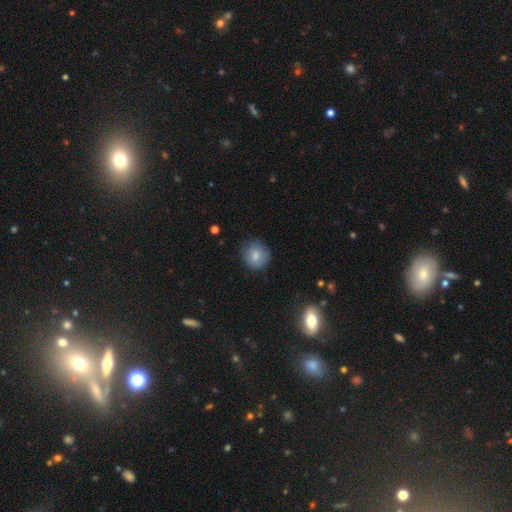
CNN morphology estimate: Smooth or featured?
  - smooth: 80% *
  - featured or disk: 11%
  - star or artifact: 9%
How rounded?
  - round: 87% *
  - in between: 12%
  - cigar-shaped: 1%
Merging?
  - none: 78% *
  - minor disturbance: 17%
  - major disturbance: 4%
  - merger: 1%